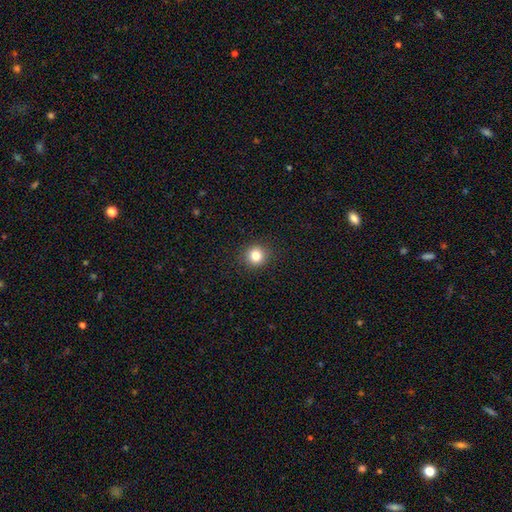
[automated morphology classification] type=smooth (82%); roundness=round (92%); merging=none (92%).